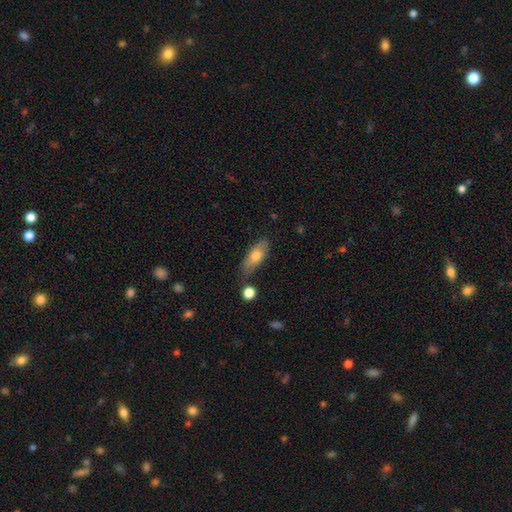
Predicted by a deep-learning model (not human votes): smooth_or_featured: smooth (p=0.67) [alt: featured or disk p=0.27]
how_rounded: in between (p=0.77) [alt: cigar-shaped p=0.19]
merging: none (p=0.72) [alt: minor disturbance p=0.19]